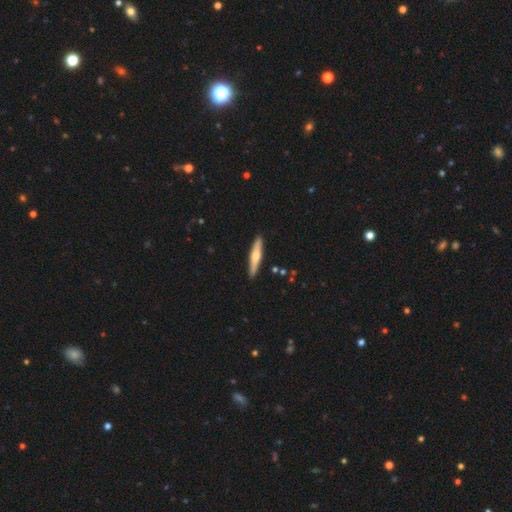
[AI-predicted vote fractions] smooth_or_featured: featured or disk (p=0.49) [alt: smooth p=0.45]
merging: none (p=0.90) [alt: minor disturbance p=0.07]